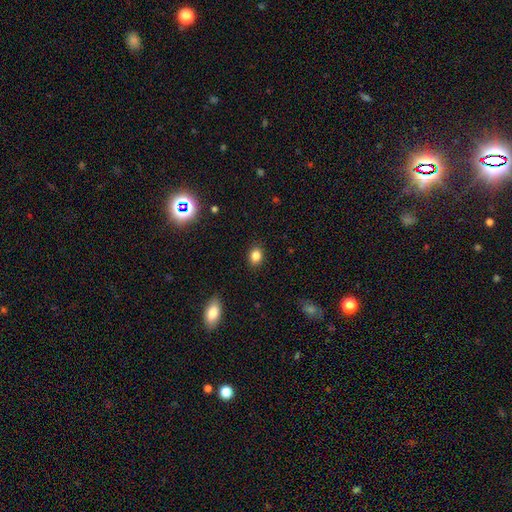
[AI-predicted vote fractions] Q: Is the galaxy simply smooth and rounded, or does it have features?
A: smooth — 83%.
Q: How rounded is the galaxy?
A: in between — 55%.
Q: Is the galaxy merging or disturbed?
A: none — 88%.